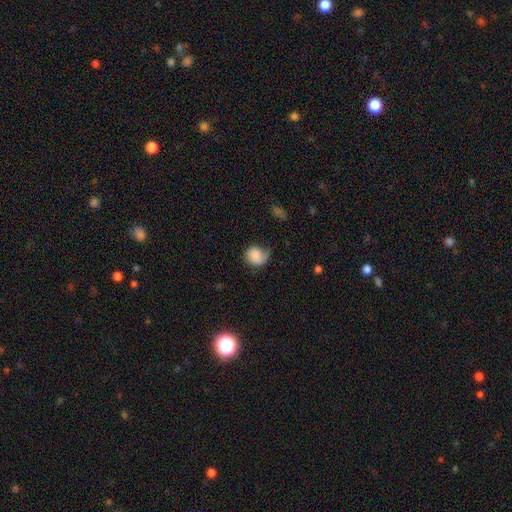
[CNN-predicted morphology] smooth-or-featured: smooth: 74% | featured or disk: 18% | star or artifact: 8%
  how-rounded: round: 71% | in between: 28% | cigar-shaped: 1%
  merging: none: 43% | minor disturbance: 33% | major disturbance: 22% | merger: 2%